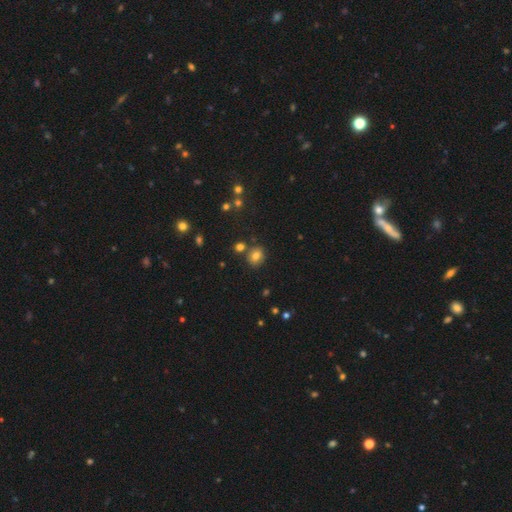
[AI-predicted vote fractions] The model was most divided on "how rounded": round: 72%, in between: 27%, cigar-shaped: 1%. More confident: merging — none (80%); smooth or featured — smooth (77%).